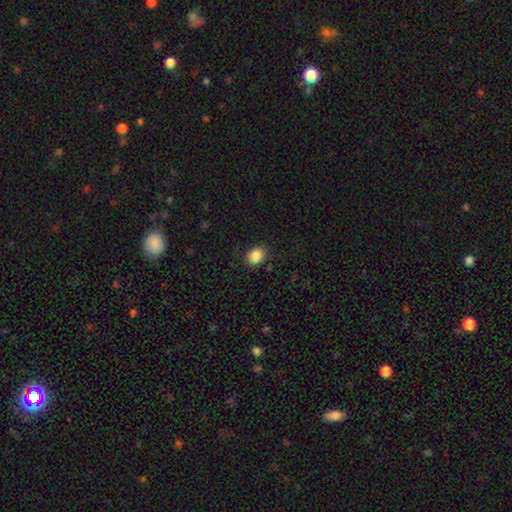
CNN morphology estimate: The model was most divided on "how rounded": in between: 51%, round: 48%, cigar-shaped: 1%. More confident: smooth or featured — smooth (86%); merging — none (86%).